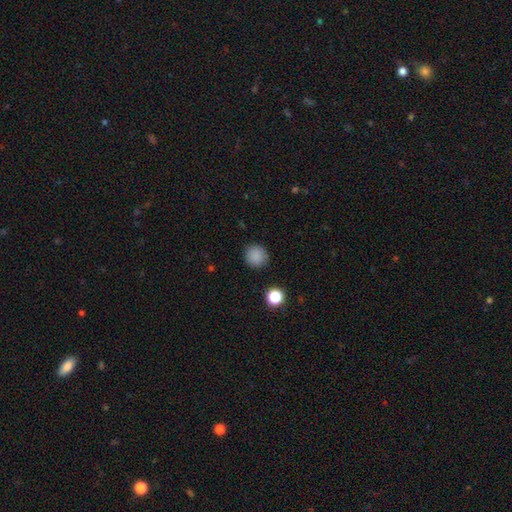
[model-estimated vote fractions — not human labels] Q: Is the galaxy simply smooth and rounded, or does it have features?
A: smooth — 86%.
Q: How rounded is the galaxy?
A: round — 93%.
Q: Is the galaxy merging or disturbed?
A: none — 89%.